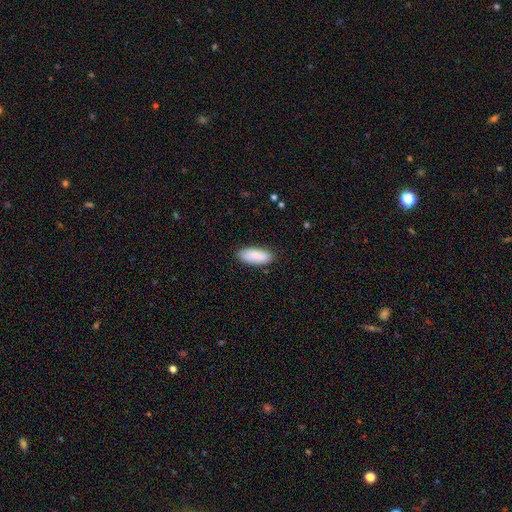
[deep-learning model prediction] Overall: smooth (87%). How rounded: in between (82%). Merging: none (87%).